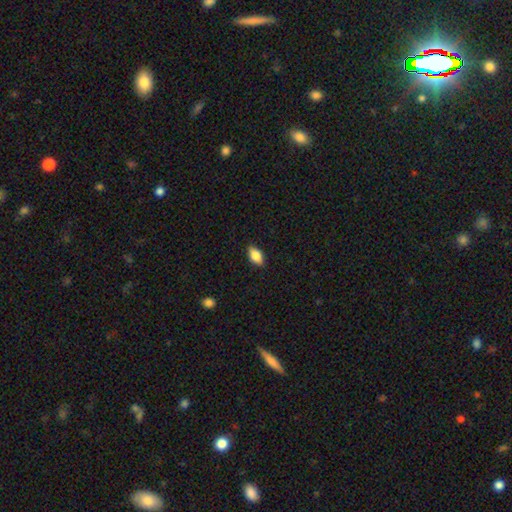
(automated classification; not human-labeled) Smooth or featured? Predicted: smooth (p=0.78). How rounded? Predicted: in between (p=0.88). Merging? Predicted: none (p=0.86).